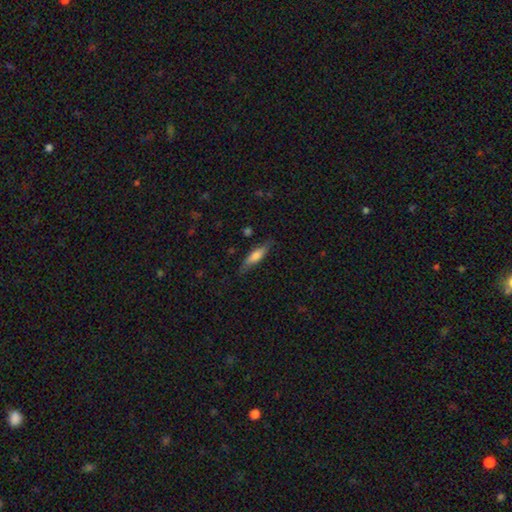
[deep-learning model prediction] The model was most divided on "smooth or featured": smooth: 63%, featured or disk: 31%, star or artifact: 6%. More confident: merging — none (78%); how rounded — cigar-shaped (70%).